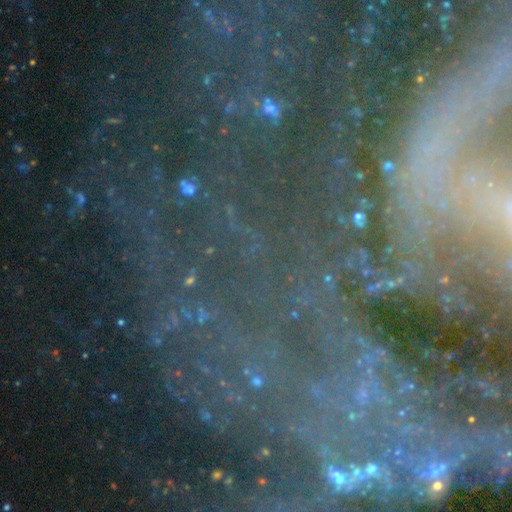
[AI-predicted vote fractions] This appears to be a star or artifact, not a galaxy (74%).